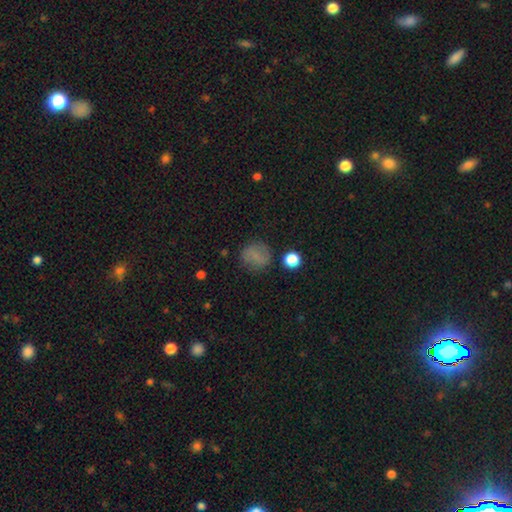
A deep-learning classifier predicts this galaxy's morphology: type=smooth (72%); roundness=round (82%); merging=none (78%).